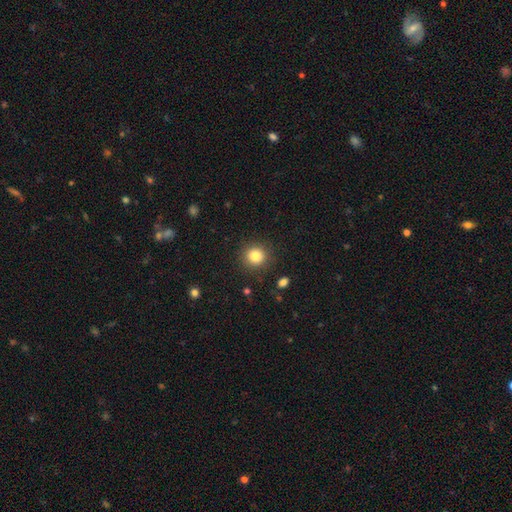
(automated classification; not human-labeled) smooth-or-featured: smooth: 83% | star or artifact: 11% | featured or disk: 6%
  how-rounded: round: 91% | in between: 9% | cigar-shaped: 1%
  merging: none: 89% | minor disturbance: 7% | major disturbance: 3% | merger: 1%